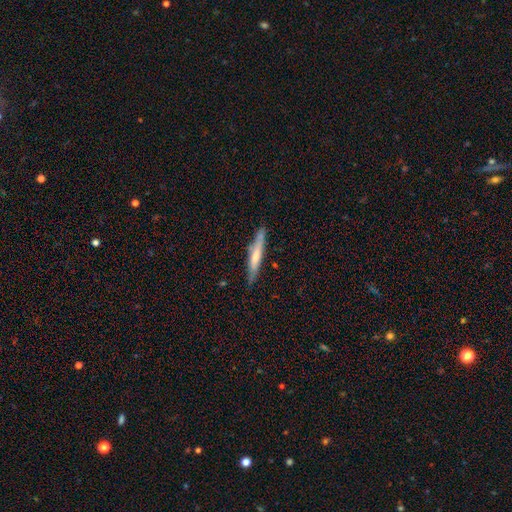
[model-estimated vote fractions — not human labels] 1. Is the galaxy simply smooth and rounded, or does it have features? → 54% smooth, 41% featured or disk, 6% star or artifact.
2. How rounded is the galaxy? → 94% cigar-shaped, 5% in between, 1% round.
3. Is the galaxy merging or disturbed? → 81% none, 14% minor disturbance, 3% merger, 2% major disturbance.